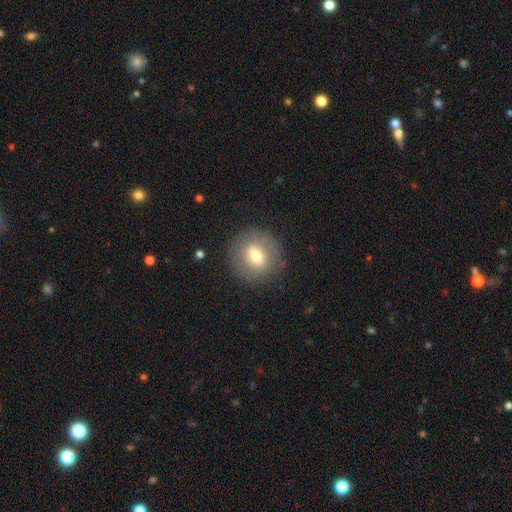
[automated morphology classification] The model was most divided on "smooth or featured": smooth: 55%, featured or disk: 36%, star or artifact: 9%. More confident: how rounded — round (86%); merging — none (84%).